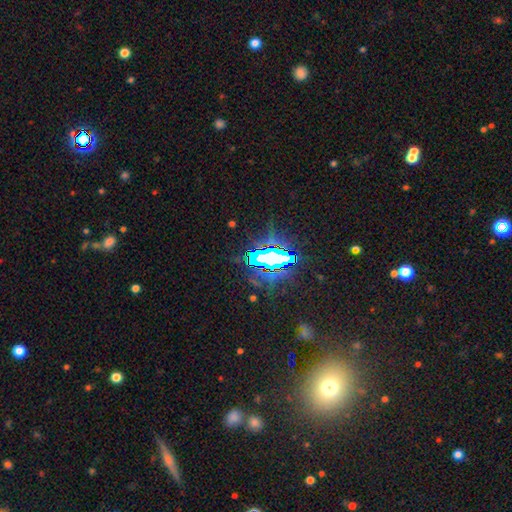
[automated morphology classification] Smooth or featured: star or artifact — 77% (featured or disk — 12%)